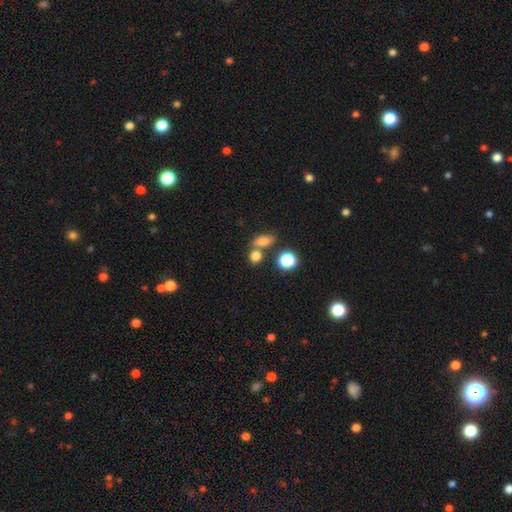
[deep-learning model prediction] The model was most divided on "merging": none: 58%, merger: 29%, minor disturbance: 9%, major disturbance: 4%. More confident: smooth or featured — smooth (76%); how rounded — round (63%).